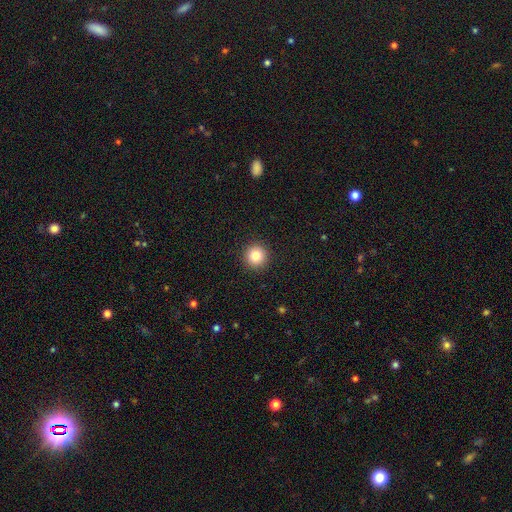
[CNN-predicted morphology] Q: Smooth or featured?
A: smooth (83%); runner-up: star or artifact (11%)
Q: How rounded?
A: round (95%); runner-up: in between (4%)
Q: Merging?
A: none (93%); runner-up: minor disturbance (5%)